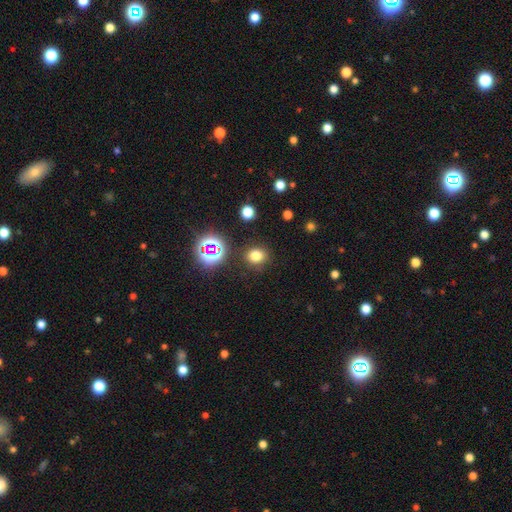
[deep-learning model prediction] This is likely a smooth galaxy (72%). How rounded: likely round (67%). Merging: clearly none (85%).